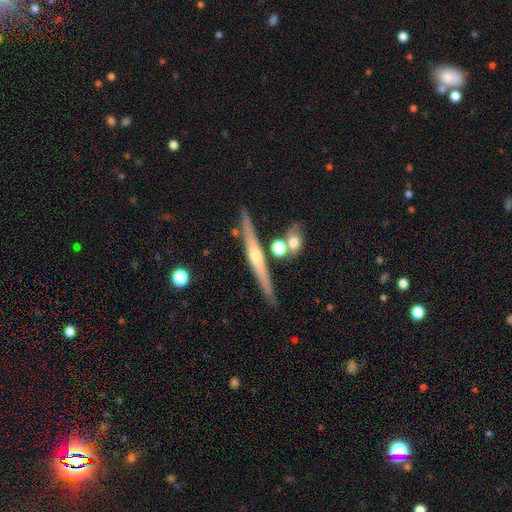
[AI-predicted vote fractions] Overall: featured or disk (72%). Edge-on disk: yes (97%). Edge-on bulge: rounded (77%). Merging: none (82%).